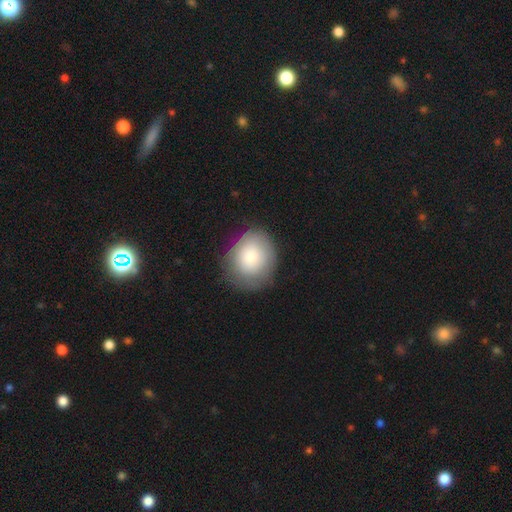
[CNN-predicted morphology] A smooth galaxy with no disk features (76%) that is round (69%).

Vote fractions:
- Smooth or featured? smooth: 76% / featured or disk: 16% / star or artifact: 7%
- How rounded? round: 69% / in between: 30% / cigar-shaped: 1%
- Merging? none: 69% / minor disturbance: 22% / major disturbance: 8% / merger: 2%